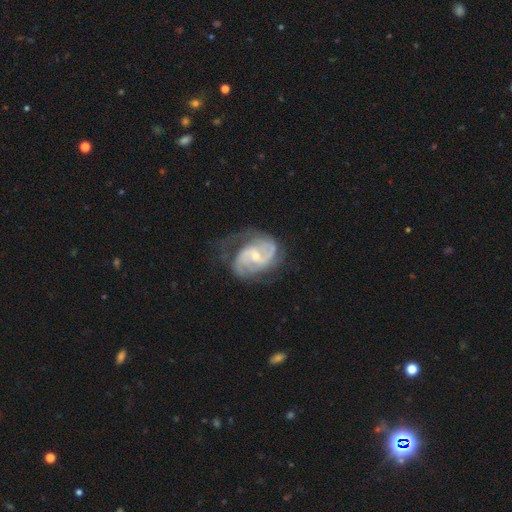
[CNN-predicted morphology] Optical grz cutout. It shows a featured or disk galaxy (89%) with no bar (45%), 2 (62%) medium (45%) spiral arms (97%) and a small central bulge (60%). Merging: none (56%).